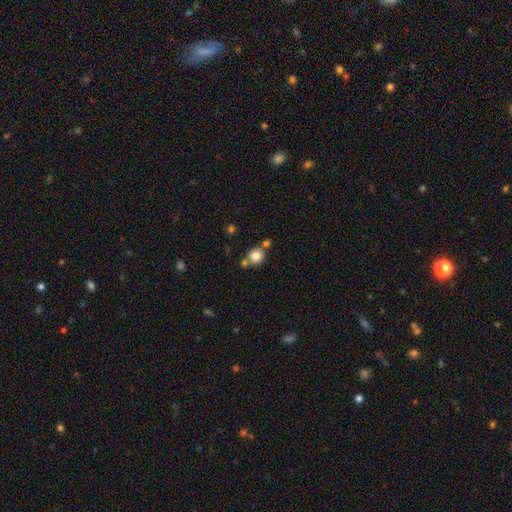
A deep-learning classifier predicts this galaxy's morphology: Smooth or featured?
  - smooth: 82% *
  - star or artifact: 10%
  - featured or disk: 7%
How rounded?
  - round: 88% *
  - in between: 11%
  - cigar-shaped: 1%
Merging?
  - none: 63% *
  - merger: 23%
  - minor disturbance: 10%
  - major disturbance: 3%